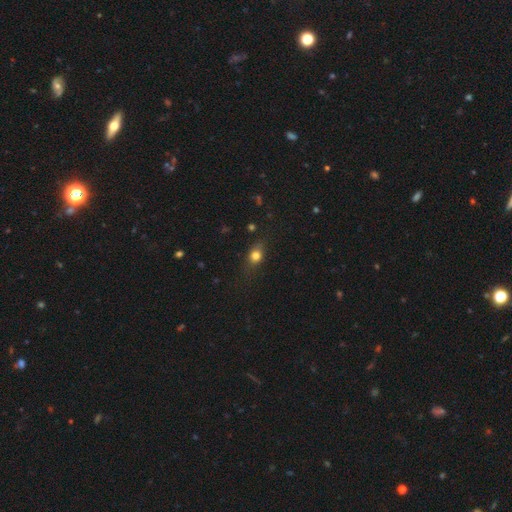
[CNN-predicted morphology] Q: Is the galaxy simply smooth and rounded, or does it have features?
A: smooth — 77%.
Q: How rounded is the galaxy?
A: in between — 53%.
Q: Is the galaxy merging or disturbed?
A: none — 73%.